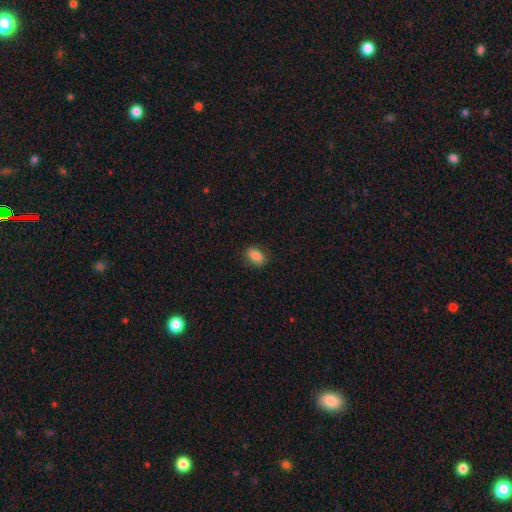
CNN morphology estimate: A smooth galaxy with no disk features (84%) that is in between round and cigar-shaped (83%).

Vote fractions:
- Smooth or featured? smooth: 84% / star or artifact: 9% / featured or disk: 7%
- How rounded? in between: 83% / round: 15% / cigar-shaped: 2%
- Merging? none: 84% / minor disturbance: 12% / major disturbance: 3% / merger: 1%